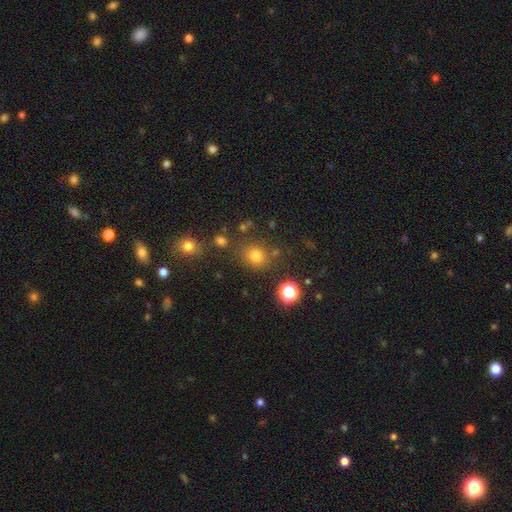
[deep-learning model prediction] Overall: smooth (76%). How rounded: round (80%). Merging: none (78%).